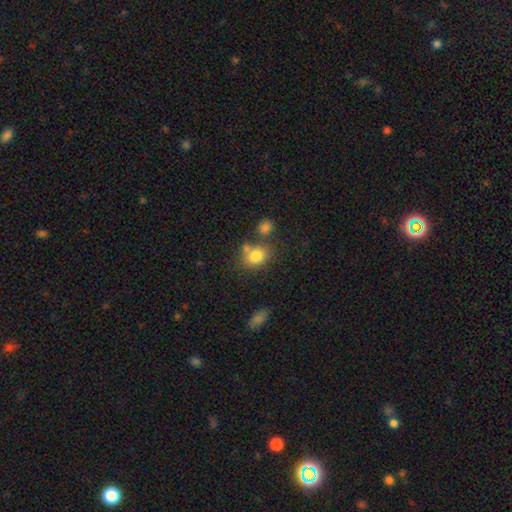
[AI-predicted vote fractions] The model was most divided on "how rounded": round: 51%, in between: 48%, cigar-shaped: 1%. More confident: smooth or featured — smooth (80%); merging — none (58%).